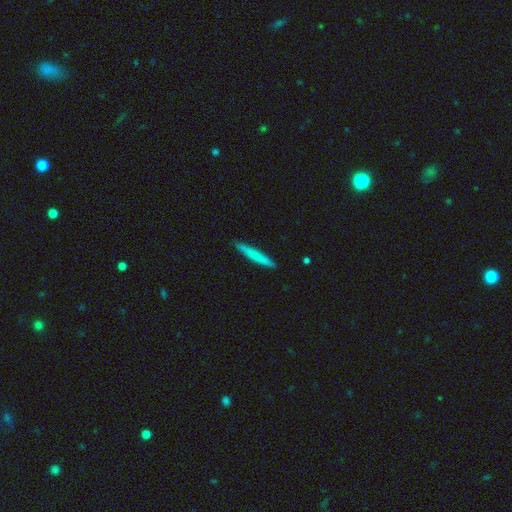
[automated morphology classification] smooth_or_featured: smooth (p=0.72) [alt: featured or disk p=0.22]
how_rounded: cigar-shaped (p=0.95) [alt: in between p=0.03]
merging: none (p=0.88) [alt: minor disturbance p=0.09]